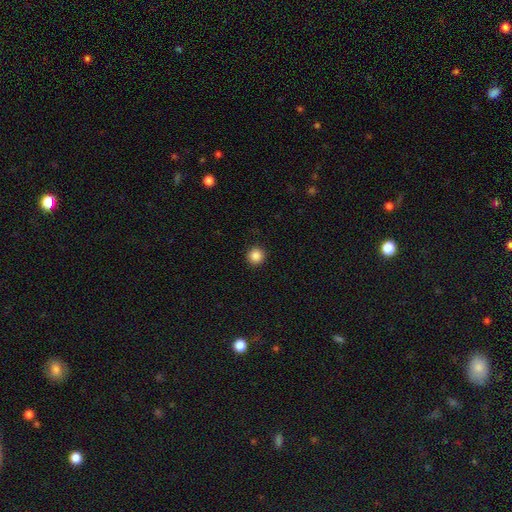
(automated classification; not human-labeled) A smooth galaxy with no disk features (87%) that is round (96%).

Vote fractions:
- Smooth or featured? smooth: 87% / star or artifact: 10% / featured or disk: 3%
- How rounded? round: 96% / in between: 3% / cigar-shaped: 1%
- Merging? none: 93% / minor disturbance: 4% / major disturbance: 2% / merger: 1%